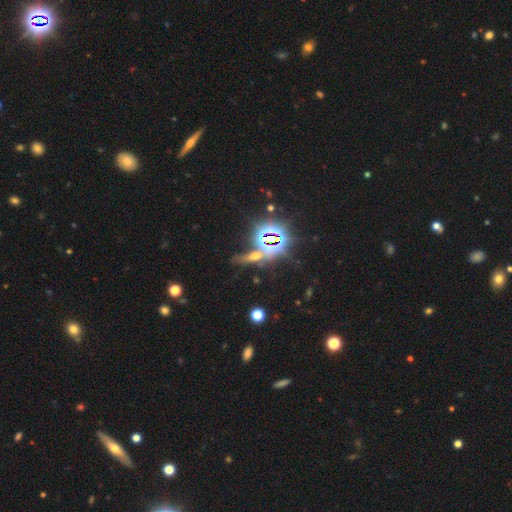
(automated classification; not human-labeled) A star or artifact, not a galaxy (54%).